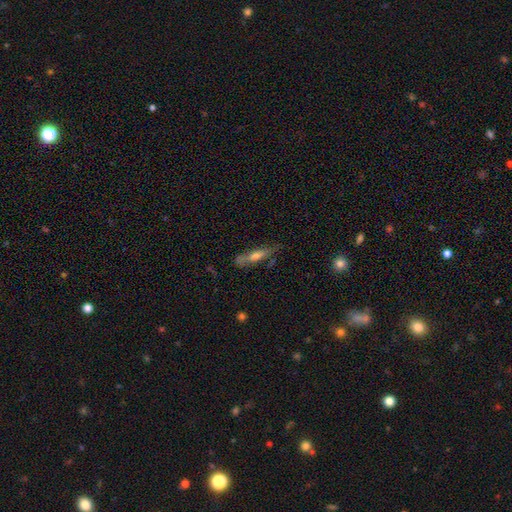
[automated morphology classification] type=featured or disk (52%); edge-on=yes (76%); merging=none (68%).